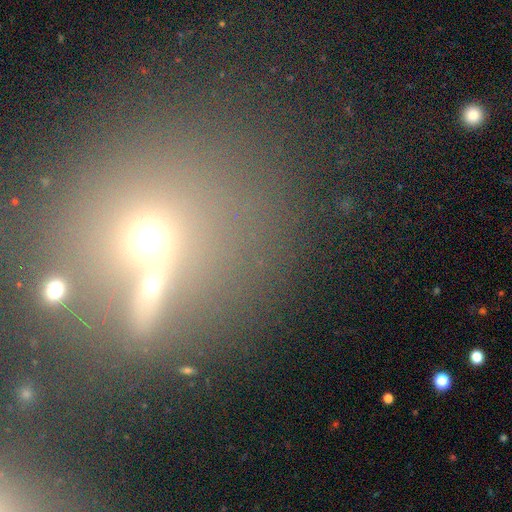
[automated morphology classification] smooth_or_featured: smooth (p=0.45) [alt: star or artifact p=0.37]
merging: none (p=0.51) [alt: merger p=0.31]